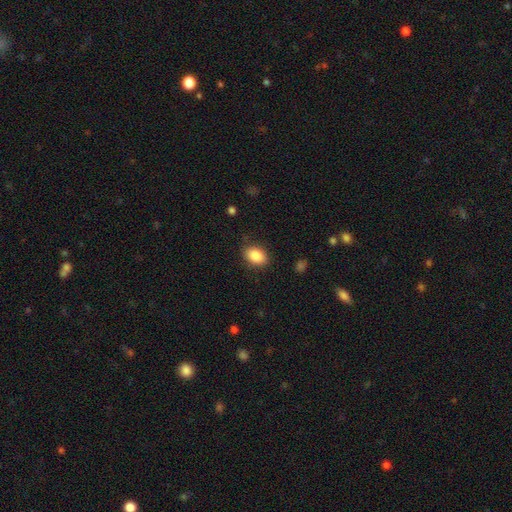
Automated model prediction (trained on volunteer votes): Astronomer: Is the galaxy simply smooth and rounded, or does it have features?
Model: smooth — 87%.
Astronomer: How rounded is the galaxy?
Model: in between — 81%.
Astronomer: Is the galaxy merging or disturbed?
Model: none — 85%.